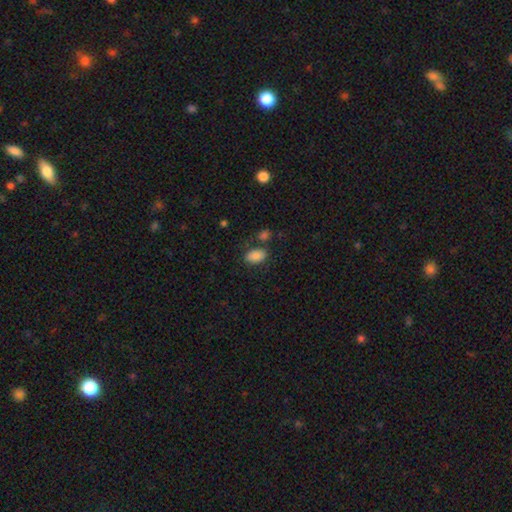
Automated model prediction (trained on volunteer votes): smooth_or_featured: smooth (p=0.86) [alt: star or artifact p=0.09]
how_rounded: in between (p=0.91) [alt: round p=0.07]
merging: none (p=0.71) [alt: minor disturbance p=0.14]